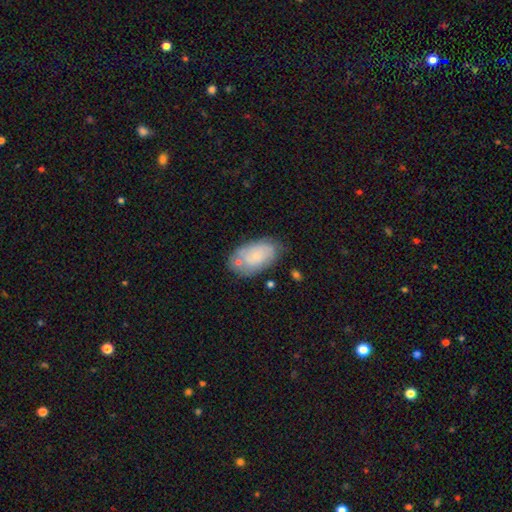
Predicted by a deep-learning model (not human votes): Smooth or featured? smooth (61%)
How rounded? in between (93%)
Merging? none (59%)